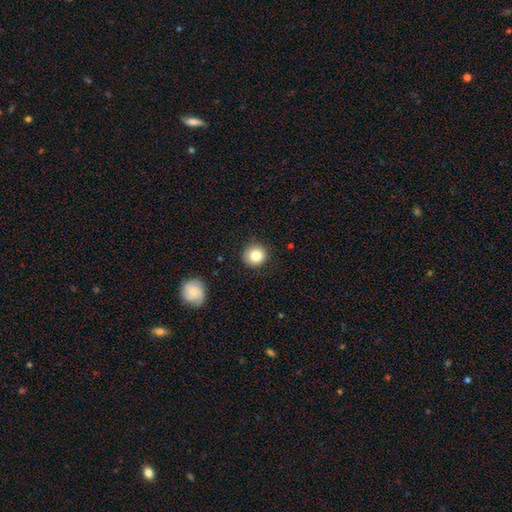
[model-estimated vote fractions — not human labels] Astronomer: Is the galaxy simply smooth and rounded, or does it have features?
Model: smooth — 83%.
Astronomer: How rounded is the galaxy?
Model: round — 92%.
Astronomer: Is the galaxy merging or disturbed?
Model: none — 89%.